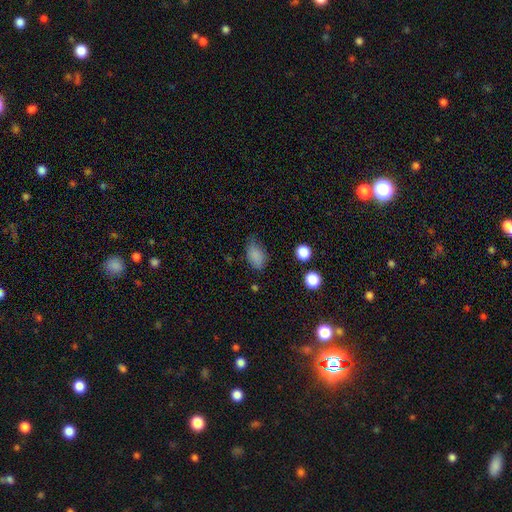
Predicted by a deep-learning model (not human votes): A smooth galaxy with no disk features (84%) that is in between round and cigar-shaped (88%). Merging: none (66%).